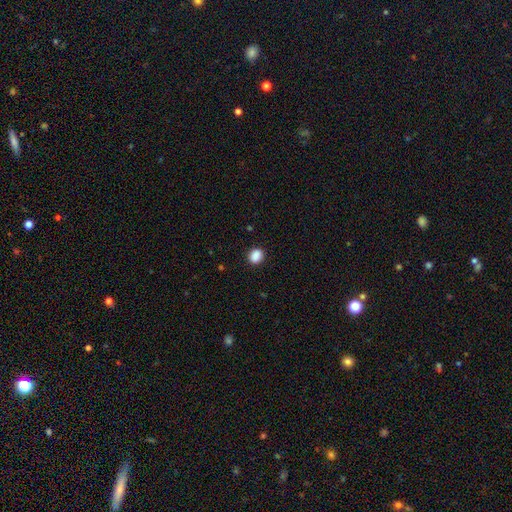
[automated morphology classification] This appears to be a smooth galaxy with no disk features (88%) that is round (59%). Merging: none (88%).